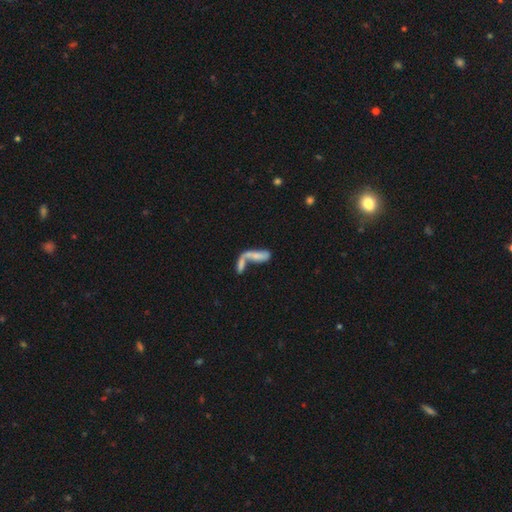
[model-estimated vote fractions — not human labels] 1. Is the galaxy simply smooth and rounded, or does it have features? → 56% smooth, 35% featured or disk, 9% star or artifact.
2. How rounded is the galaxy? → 51% cigar-shaped, 46% in between, 3% round.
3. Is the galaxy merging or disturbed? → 68% merger, 15% none, 10% major disturbance, 7% minor disturbance.